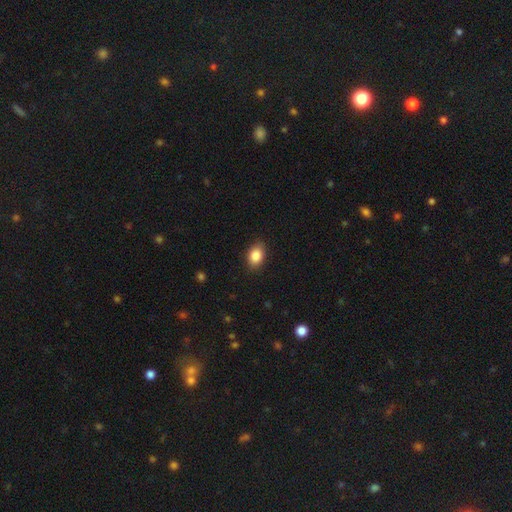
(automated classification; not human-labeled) Smooth or featured?
  - smooth: 87% *
  - star or artifact: 8%
  - featured or disk: 5%
How rounded?
  - in between: 81% *
  - round: 18%
  - cigar-shaped: 1%
Merging?
  - none: 86% *
  - minor disturbance: 11%
  - major disturbance: 2%
  - merger: 1%